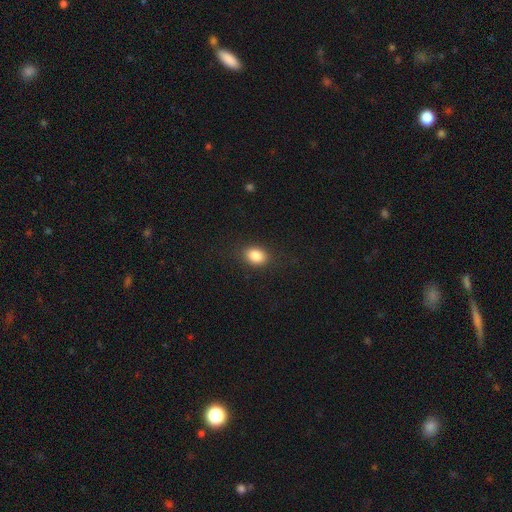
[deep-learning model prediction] Morphology: type=smooth (86%); roundness=in between (69%); merging=none (86%).